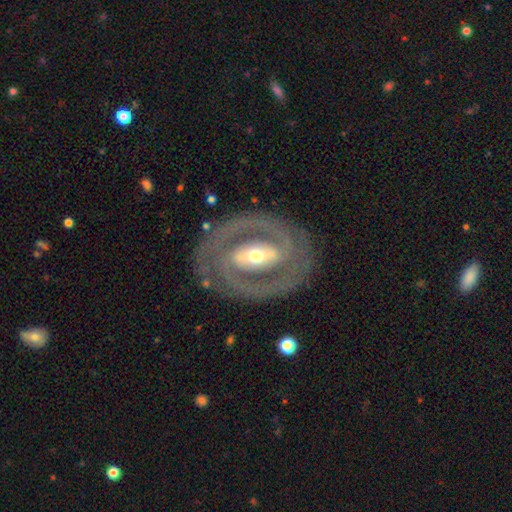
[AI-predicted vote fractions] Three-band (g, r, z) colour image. It shows a featured or disk galaxy (88%) with a strong bar (51%), 2 (83%) tight (57%) spiral arms (86%) and a moderate central bulge (55%). Merging: none (81%).